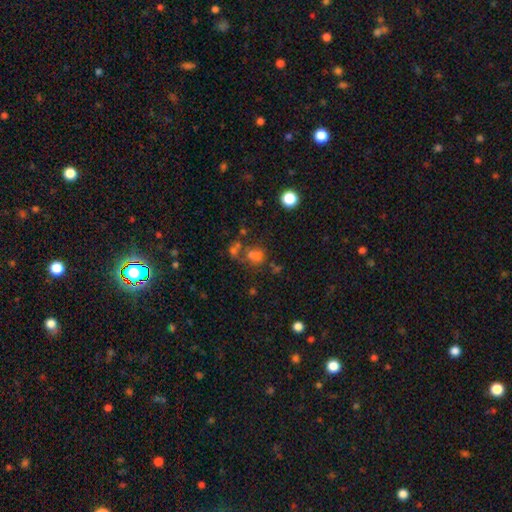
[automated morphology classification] Smooth or featured? Predicted: smooth (p=0.58). How rounded? Predicted: round (p=0.71). Merging? Predicted: none (p=0.43).